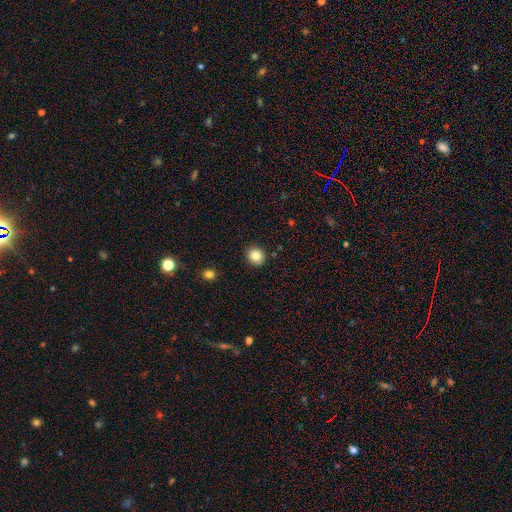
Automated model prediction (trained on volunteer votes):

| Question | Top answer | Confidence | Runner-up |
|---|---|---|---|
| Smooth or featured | smooth | 84% | star or artifact (10%) |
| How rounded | round | 85% | in between (14%) |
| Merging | none | 91% | minor disturbance (6%) |